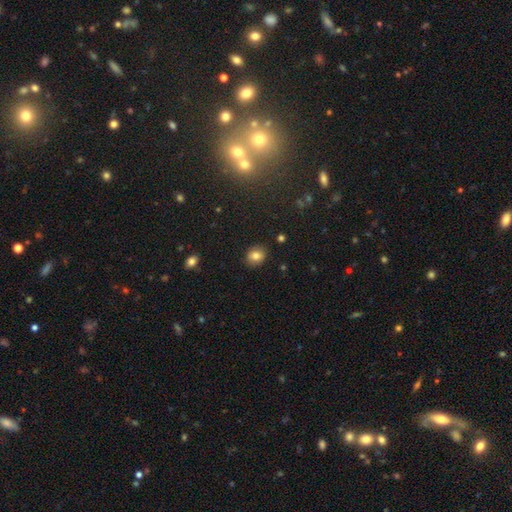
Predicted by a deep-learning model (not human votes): A smooth galaxy with no disk features (81%) that is round (59%). Merging: none (87%).